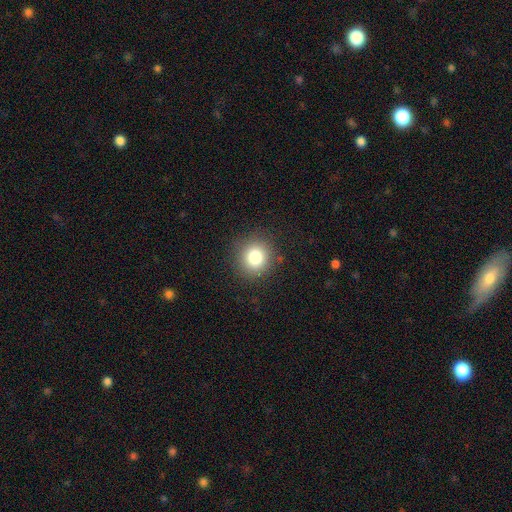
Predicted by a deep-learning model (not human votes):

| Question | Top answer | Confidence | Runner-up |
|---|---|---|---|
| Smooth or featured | smooth | 81% | star or artifact (12%) |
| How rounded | round | 90% | in between (9%) |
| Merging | none | 90% | minor disturbance (7%) |